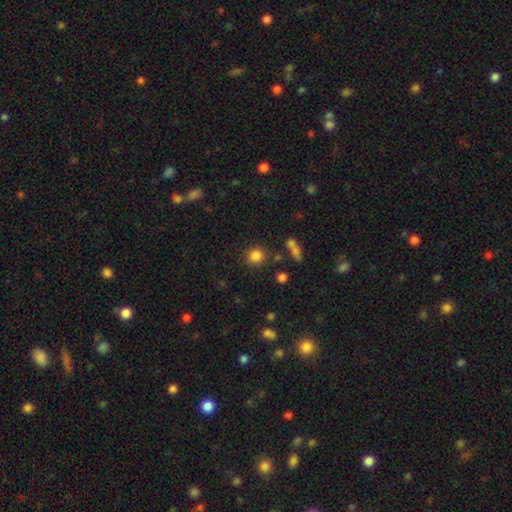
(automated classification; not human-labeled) Smooth or featured? smooth (83%)
How rounded? round (85%)
Merging? none (81%)